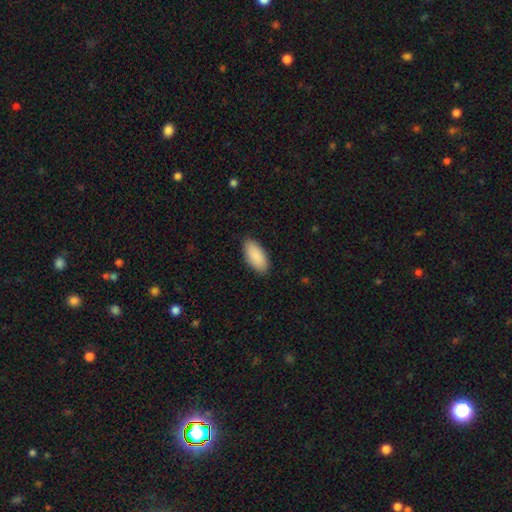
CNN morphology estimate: This is clearly a smooth galaxy (90%). How rounded: clearly in between (89%). Merging: clearly none (88%).